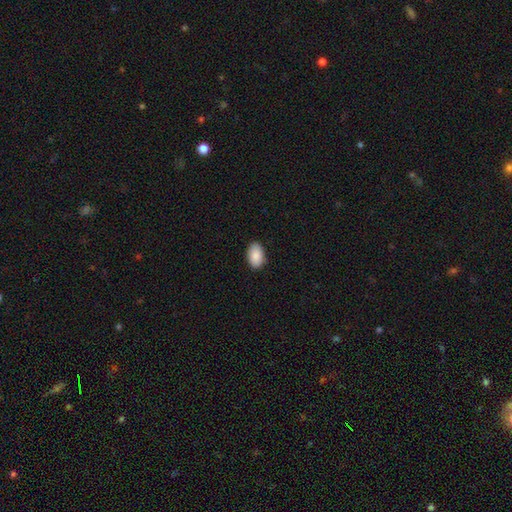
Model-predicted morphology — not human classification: smooth-or-featured: smooth: 90% | star or artifact: 6% | featured or disk: 3%
  how-rounded: in between: 93% | round: 6% | cigar-shaped: 1%
  merging: none: 88% | minor disturbance: 9% | major disturbance: 2% | merger: 1%